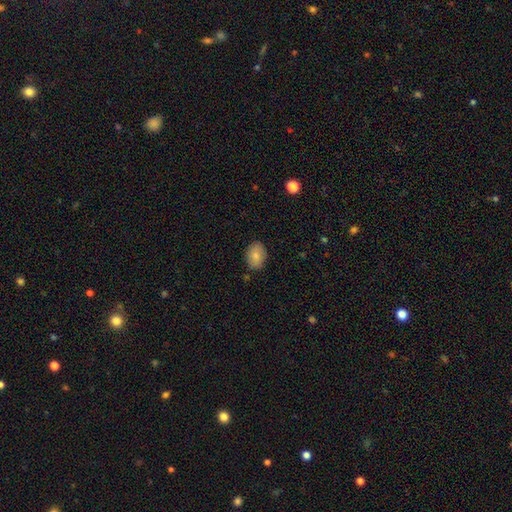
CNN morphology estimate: Q: Smooth or featured?
A: smooth (84%); runner-up: featured or disk (9%)
Q: How rounded?
A: in between (80%); runner-up: round (19%)
Q: Merging?
A: none (85%); runner-up: minor disturbance (11%)